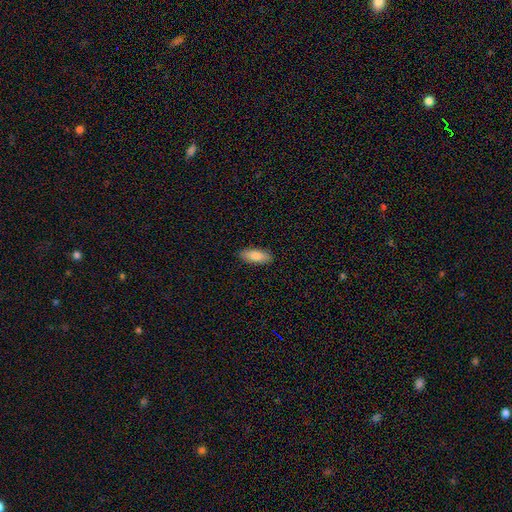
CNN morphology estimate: This is clearly a smooth galaxy (83%). How rounded: likely in between (75%). Merging: clearly none (89%).